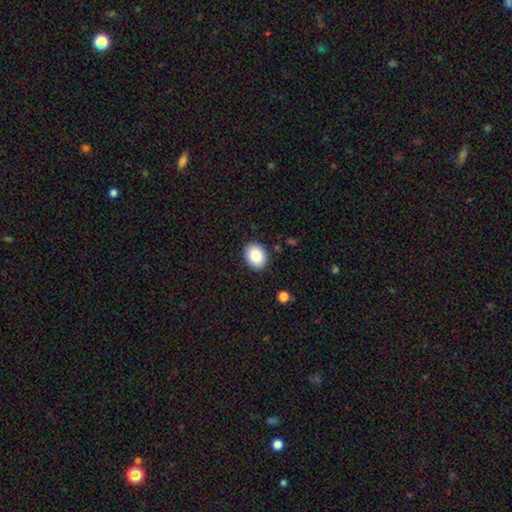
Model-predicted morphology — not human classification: smooth-or-featured: smooth: 86% | star or artifact: 8% | featured or disk: 6%
  how-rounded: in between: 56% | round: 43% | cigar-shaped: 1%
  merging: none: 89% | minor disturbance: 8% | major disturbance: 2% | merger: 1%